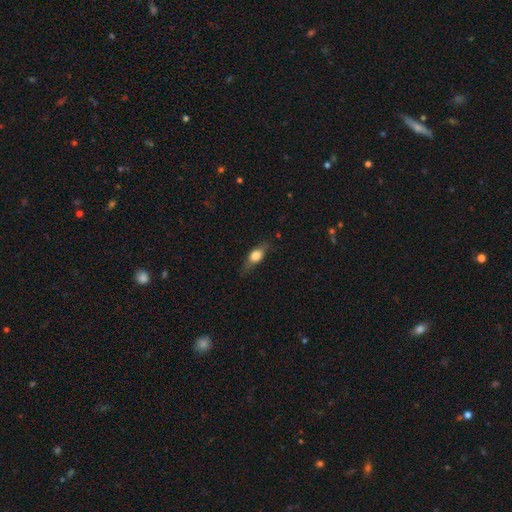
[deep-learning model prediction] Smooth or featured? smooth (62%)
How rounded? in between (67%)
Merging? none (69%)